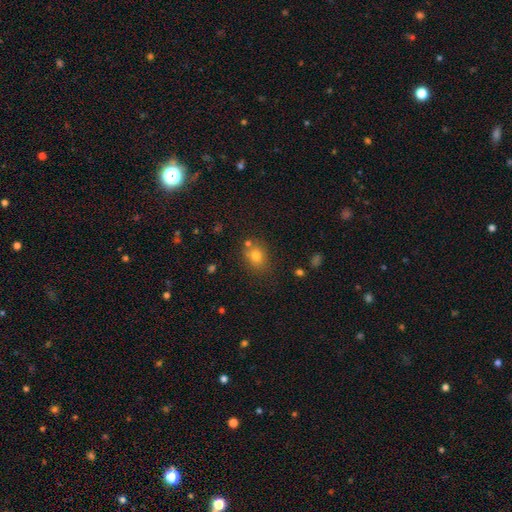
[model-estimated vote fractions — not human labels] This is likely a smooth galaxy (75%). How rounded: possibly round (57%). Merging: likely none (70%).